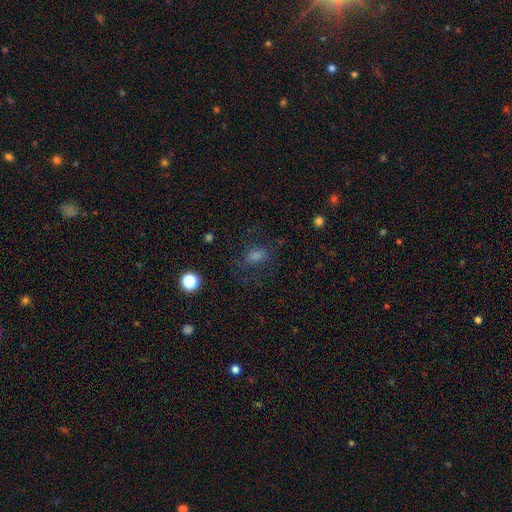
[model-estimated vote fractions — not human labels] Overall: smooth (52%; star or artifact 28%). How rounded: in between (67%; round 28%). Merging: none (64%).